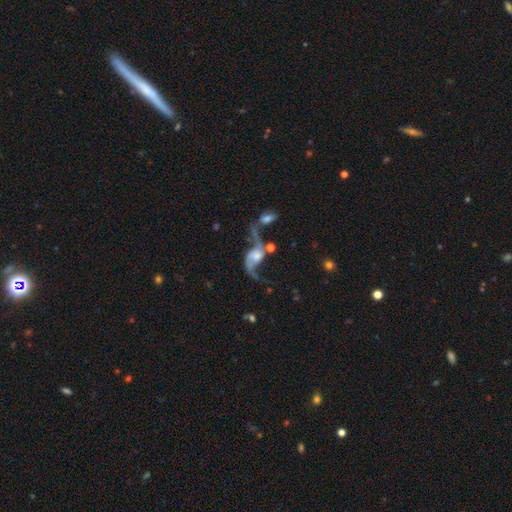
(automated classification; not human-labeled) Smooth or featured? featured or disk (79%)
Edge-on disk? no (96%)
Bar? no (58%)
Spiral arms? yes (91%)
Spiral winding? loose (85%)
Spiral arm count? 2 (85%)
Bulge size? moderate (34%)
Merging? merger (36%)